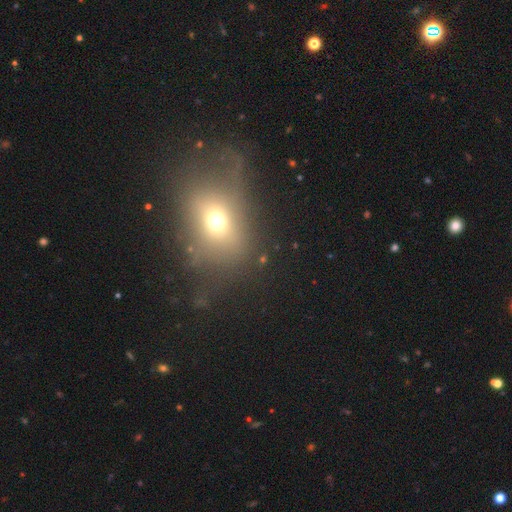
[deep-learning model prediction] A smooth galaxy with no disk features (49%).

Vote fractions:
- Smooth or featured? smooth: 49% / star or artifact: 27% / featured or disk: 24%
- Merging? none: 59% / minor disturbance: 22% / major disturbance: 16% / merger: 3%